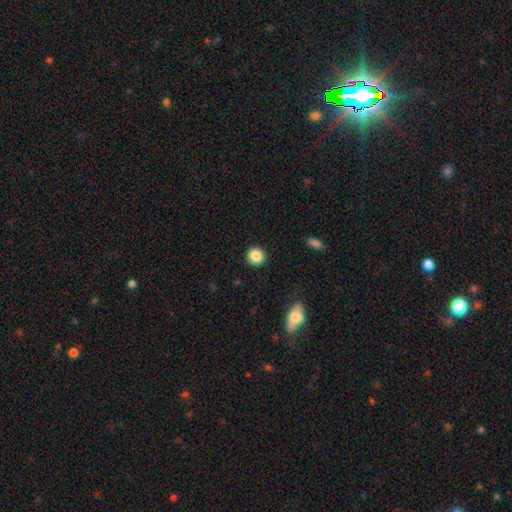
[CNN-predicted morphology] The model was most divided on "smooth or featured": smooth: 86%, star or artifact: 9%, featured or disk: 4%. More confident: how rounded — round (93%); merging — none (91%).